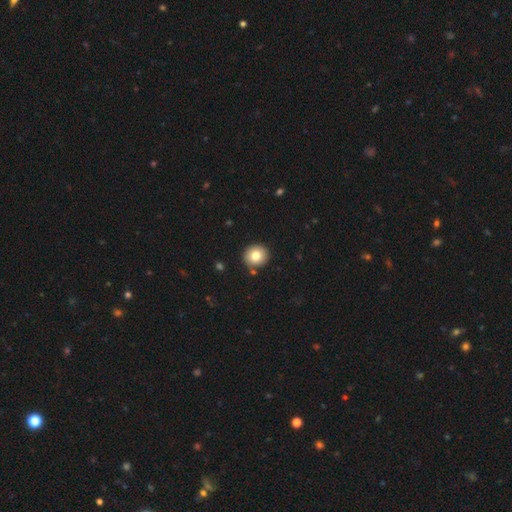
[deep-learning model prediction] Smooth or featured? Predicted: smooth (p=0.79). How rounded? Predicted: round (p=0.89). Merging? Predicted: none (p=0.88).